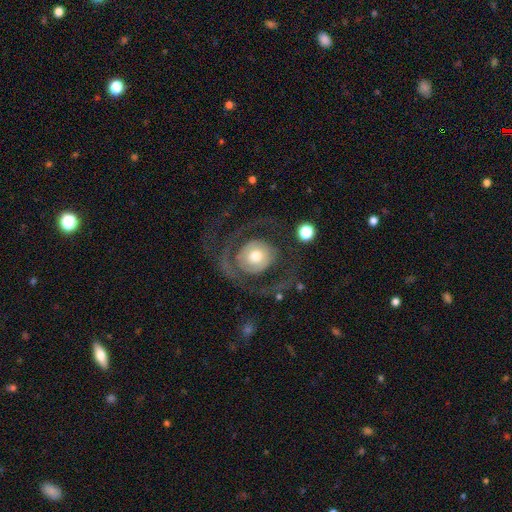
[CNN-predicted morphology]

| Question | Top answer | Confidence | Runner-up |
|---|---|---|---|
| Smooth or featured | featured or disk | 62% | smooth (32%) |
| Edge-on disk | no | 96% | yes (4%) |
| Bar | no | 82% | weak (14%) |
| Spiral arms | yes | 58% | no (42%) |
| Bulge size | moderate | 58% | small (19%) |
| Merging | none | 54% | major disturbance (31%) |